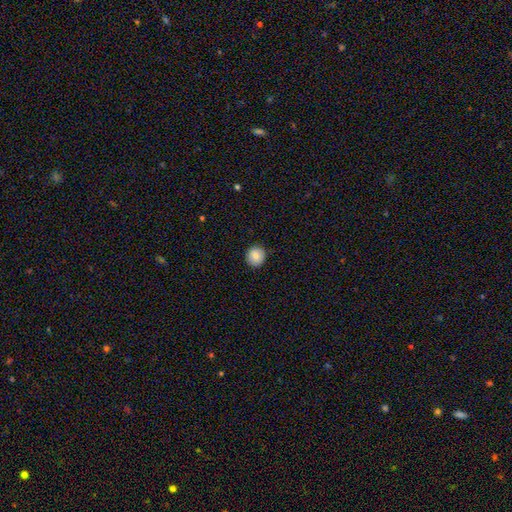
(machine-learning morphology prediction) The model was most divided on "smooth or featured": smooth: 85%, star or artifact: 8%, featured or disk: 6%. More confident: how rounded — round (92%); merging — none (91%).